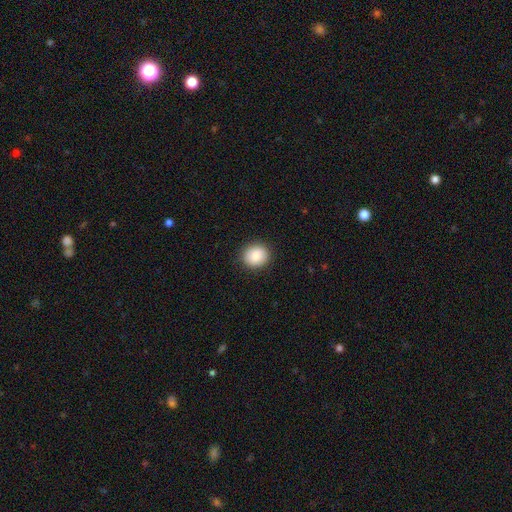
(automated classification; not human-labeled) smooth-or-featured: smooth: 87% | star or artifact: 8% | featured or disk: 5%
  how-rounded: round: 77% | in between: 22% | cigar-shaped: 1%
  merging: none: 91% | minor disturbance: 7% | major disturbance: 2% | merger: 1%